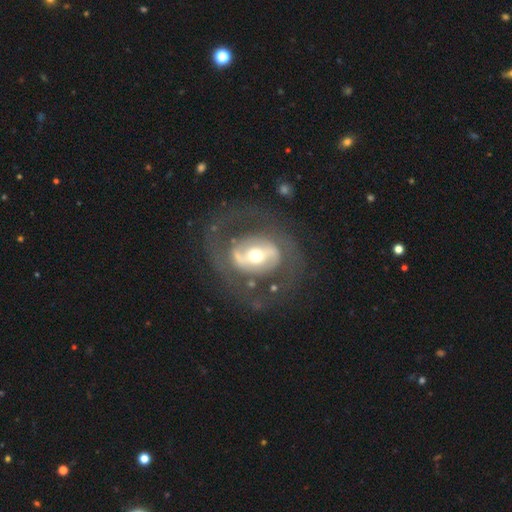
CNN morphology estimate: Smooth or featured? Predicted: featured or disk (p=0.78). Edge-on disk? Predicted: no (p=0.95). Bar? Predicted: strong (p=0.39). Spiral arms? Predicted: yes (p=0.61). Bulge size? Predicted: moderate (p=0.61). Merging? Predicted: none (p=0.68).